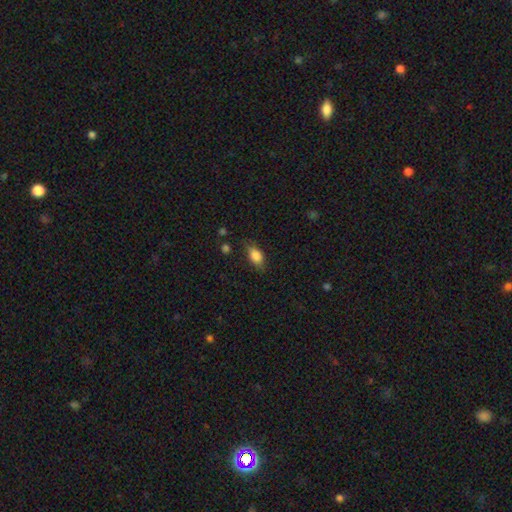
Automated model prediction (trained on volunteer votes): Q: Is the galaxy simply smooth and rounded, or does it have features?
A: smooth — 82%.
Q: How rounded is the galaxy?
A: in between — 85%.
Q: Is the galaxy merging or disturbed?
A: none — 73%.